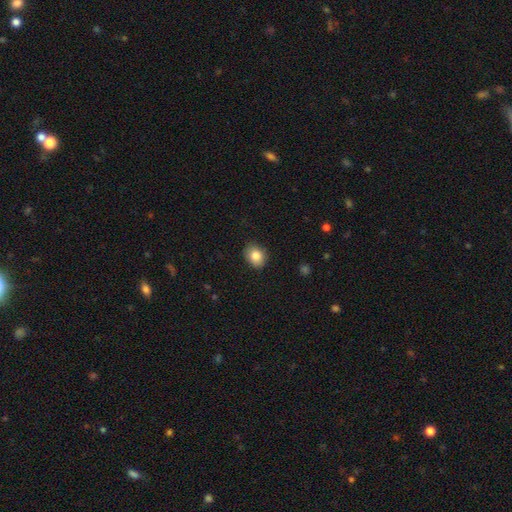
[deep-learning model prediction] This is clearly a smooth galaxy (84%). How rounded: possibly in between (54%). Merging: clearly none (86%).